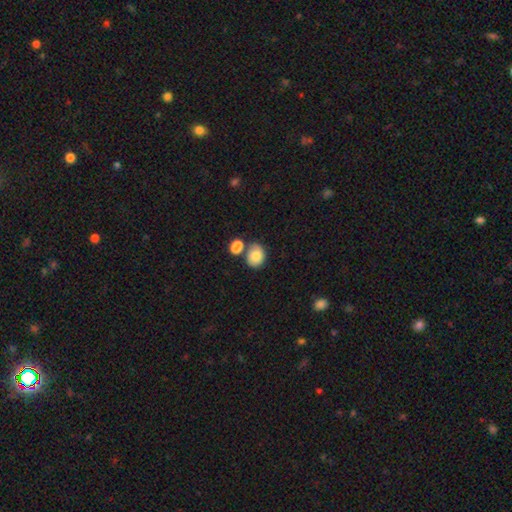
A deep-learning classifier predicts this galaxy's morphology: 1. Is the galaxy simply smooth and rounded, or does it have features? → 81% smooth, 11% featured or disk, 8% star or artifact.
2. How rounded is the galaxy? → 51% in between, 48% round, 1% cigar-shaped.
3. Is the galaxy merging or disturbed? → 54% none, 25% merger, 16% minor disturbance, 5% major disturbance.